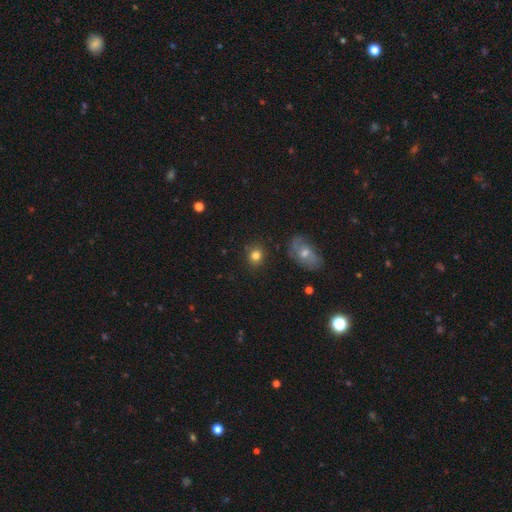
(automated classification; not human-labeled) smooth_or_featured: smooth (p=0.81) [alt: star or artifact p=0.11]
how_rounded: round (p=0.71) [alt: in between p=0.28]
merging: none (p=0.85) [alt: minor disturbance p=0.10]